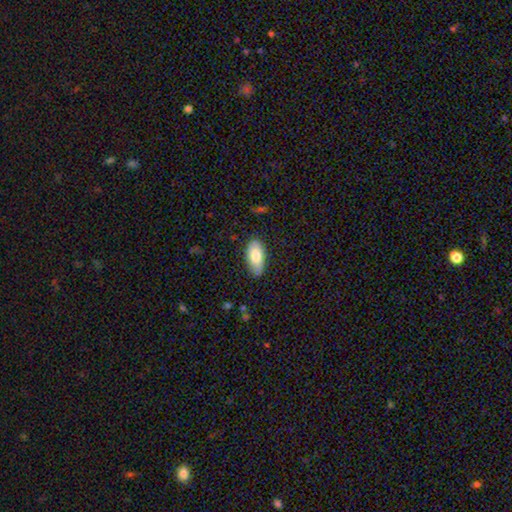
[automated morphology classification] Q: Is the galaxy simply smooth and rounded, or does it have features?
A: smooth — 80%.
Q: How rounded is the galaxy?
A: in between — 92%.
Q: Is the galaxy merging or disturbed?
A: none — 78%.